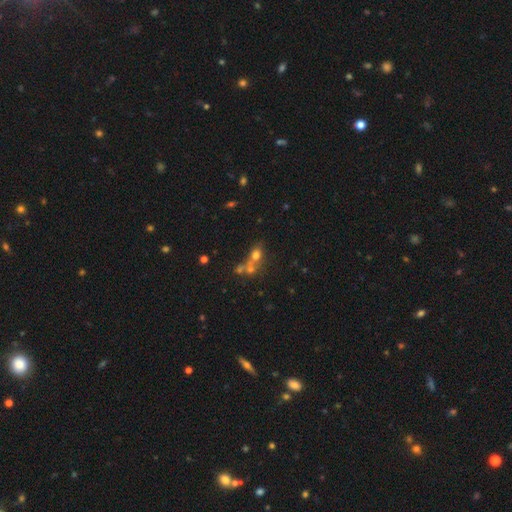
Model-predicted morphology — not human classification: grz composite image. It shows a smooth galaxy with no disk features (58%) that is round (60%). Merging: merger (48%).